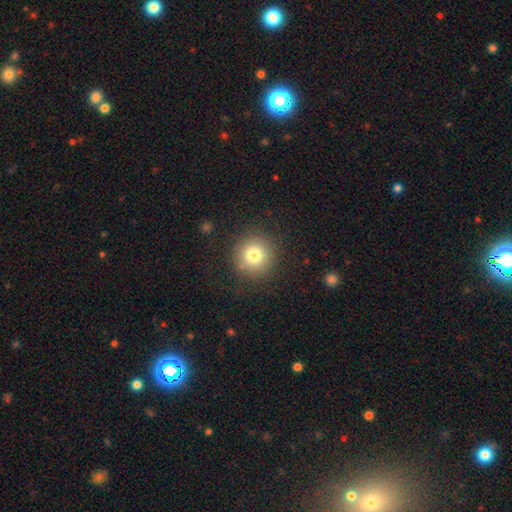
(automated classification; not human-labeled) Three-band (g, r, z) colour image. It shows a smooth galaxy with no disk features (70%) that is round (95%). Merging: none (92%).